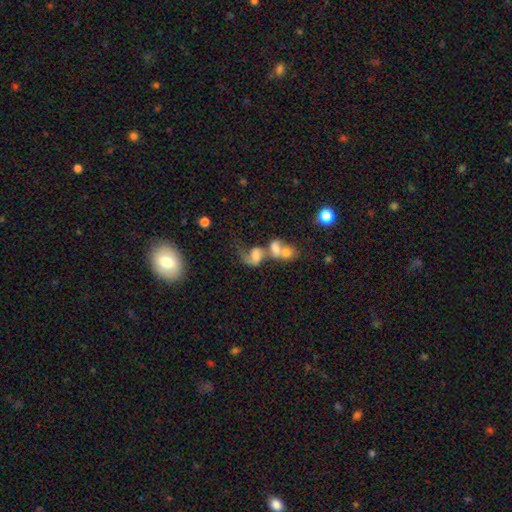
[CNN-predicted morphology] smooth-or-featured: smooth: 44% (tied) | featured or disk: 44% (tied) | star or artifact: 13%
  merging: merger: 66% | major disturbance: 17% | none: 11% | minor disturbance: 6%